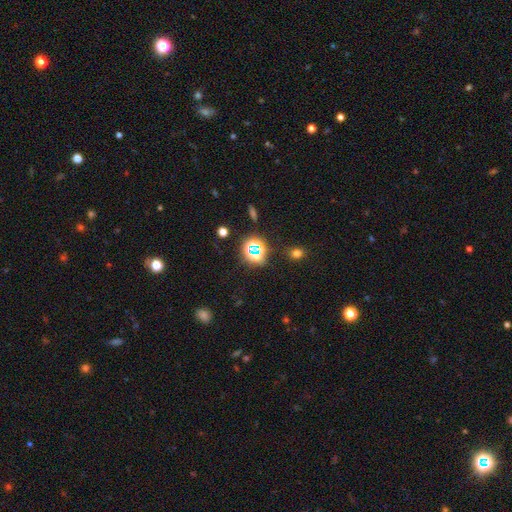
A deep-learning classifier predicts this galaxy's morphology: This appears to be a star or artifact, not a galaxy (64%).